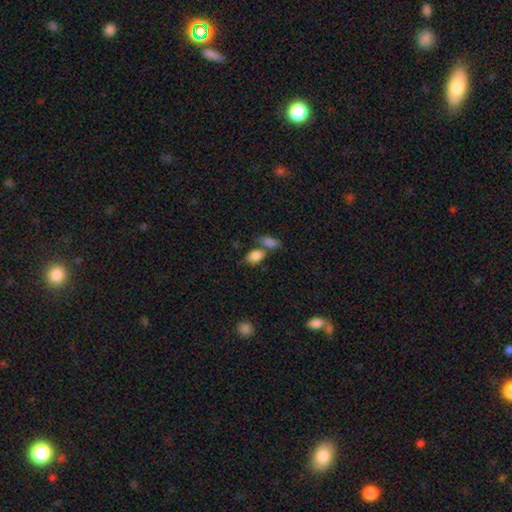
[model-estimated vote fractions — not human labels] The model was most divided on "merging": none: 42%, merger: 40%, minor disturbance: 13%, major disturbance: 5%. More confident: smooth or featured — smooth (84%); how rounded — in between (81%).